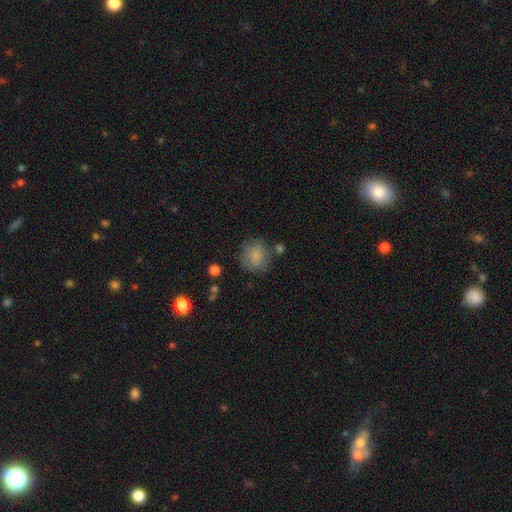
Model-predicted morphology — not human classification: The model was most divided on "merging": none: 69%, minor disturbance: 19%, major disturbance: 7%, merger: 5%. More confident: smooth or featured — smooth (82%); how rounded — round (81%).